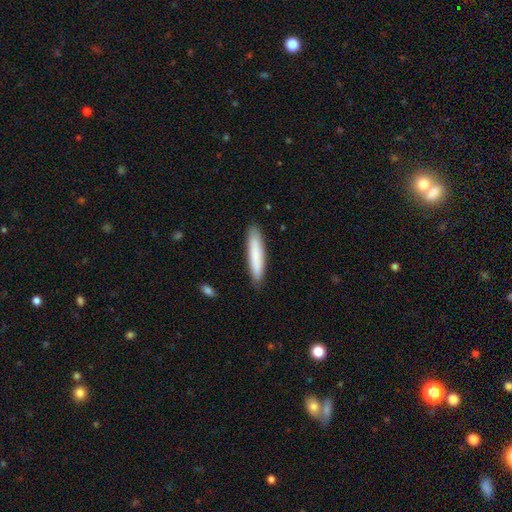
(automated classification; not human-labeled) A smooth galaxy with no disk features (81%) that is cigar-shaped (89%). Merging: none (88%).